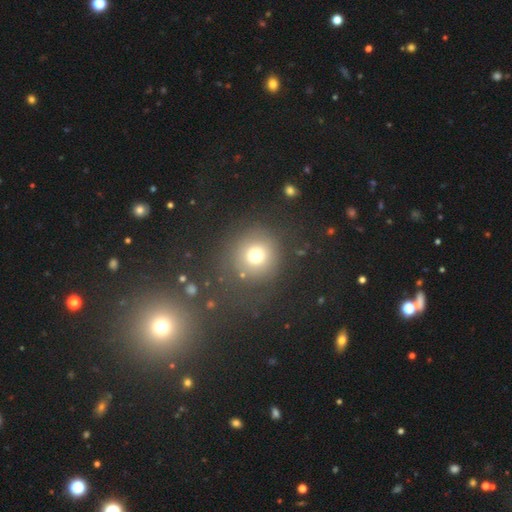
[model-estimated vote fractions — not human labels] Q: Smooth or featured?
A: smooth (72%); runner-up: star or artifact (17%)
Q: How rounded?
A: round (92%); runner-up: in between (7%)
Q: Merging?
A: none (76%); runner-up: minor disturbance (11%)